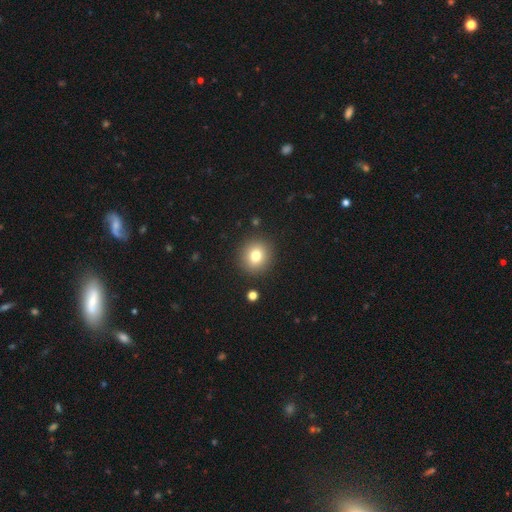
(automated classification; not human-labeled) smooth_or_featured: smooth (p=0.78) [alt: star or artifact p=0.12]
how_rounded: round (p=0.89) [alt: in between p=0.10]
merging: none (p=0.90) [alt: minor disturbance p=0.06]